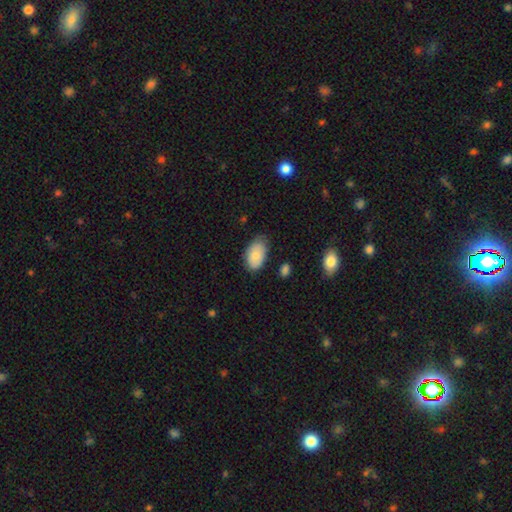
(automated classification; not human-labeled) The model was most divided on "merging": none: 69%, minor disturbance: 25%, major disturbance: 4%, merger: 2%. More confident: how rounded — in between (93%); smooth or featured — smooth (78%).